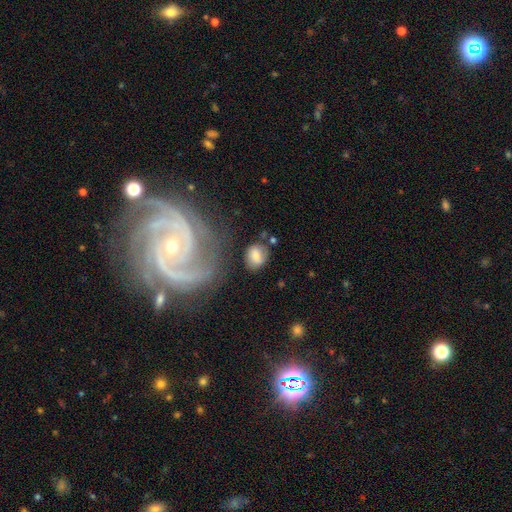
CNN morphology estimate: smooth-or-featured: smooth: 73% | featured or disk: 19% | star or artifact: 8%
  how-rounded: in between: 56% | round: 43% | cigar-shaped: 2%
  merging: none: 66% | minor disturbance: 18% | merger: 8% | major disturbance: 8%